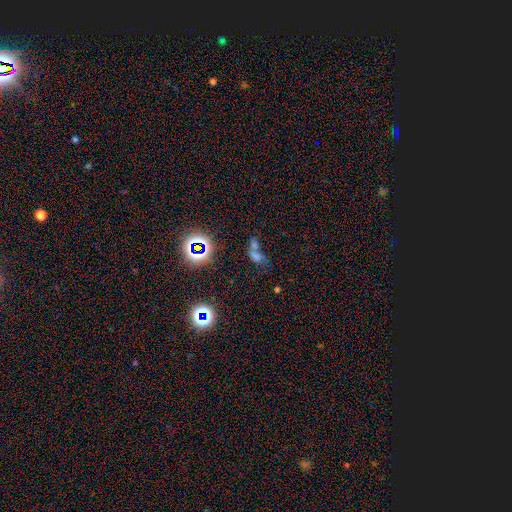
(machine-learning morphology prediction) type=smooth (49%); merging=merger (54%).